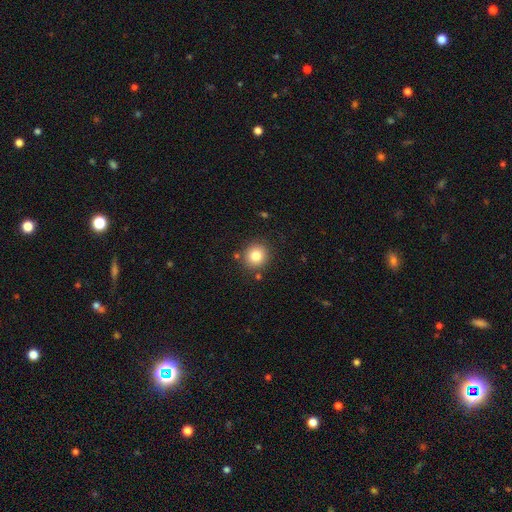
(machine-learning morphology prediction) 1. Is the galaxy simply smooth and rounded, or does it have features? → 82% smooth, 11% star or artifact, 8% featured or disk.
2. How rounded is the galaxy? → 89% round, 10% in between, 1% cigar-shaped.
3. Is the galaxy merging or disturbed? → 86% none, 8% minor disturbance, 3% merger, 2% major disturbance.